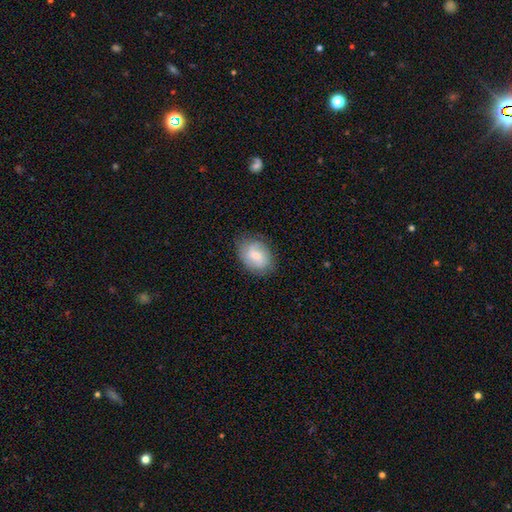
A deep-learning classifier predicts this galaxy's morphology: A smooth galaxy with no disk features (56%) that is in between round and cigar-shaped (73%).

Vote fractions:
- Smooth or featured? smooth: 56% / featured or disk: 37% / star or artifact: 7%
- How rounded? in between: 73% / round: 26% / cigar-shaped: 1%
- Merging? none: 76% / minor disturbance: 18% / major disturbance: 5% / merger: 1%